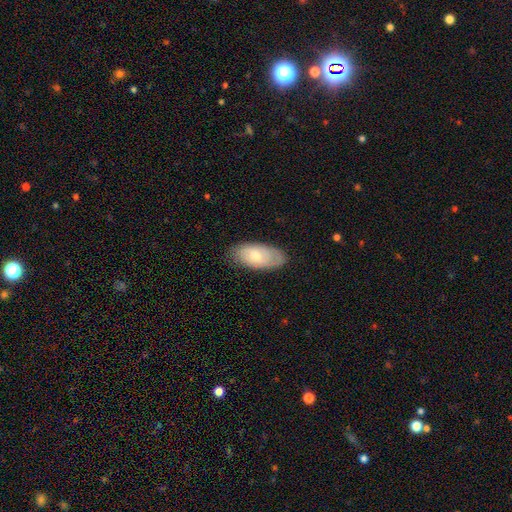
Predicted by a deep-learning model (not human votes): This appears to be a smooth galaxy with no disk features (55%) that is in between round and cigar-shaped (91%). Merging: none (79%).